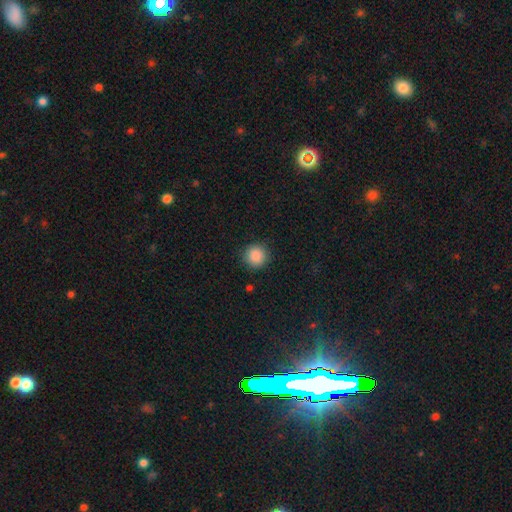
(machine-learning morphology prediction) smooth-or-featured: smooth: 88% | star or artifact: 9% | featured or disk: 3%
  how-rounded: round: 93% | in between: 6% | cigar-shaped: 1%
  merging: none: 89% | minor disturbance: 7% | major disturbance: 2% | merger: 1%